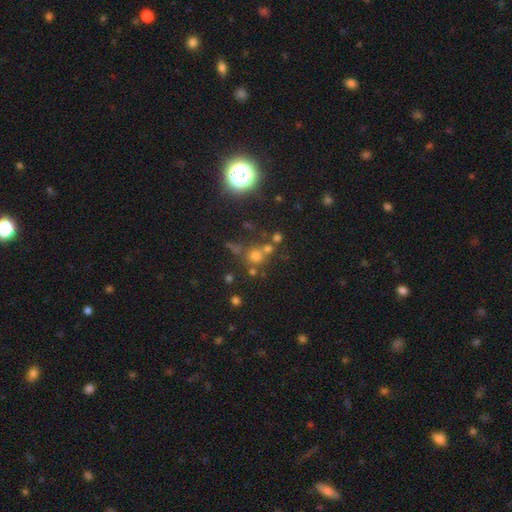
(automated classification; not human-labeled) This appears to be a smooth galaxy with no disk features (53%) that is round (89%). Merging: none (61%).